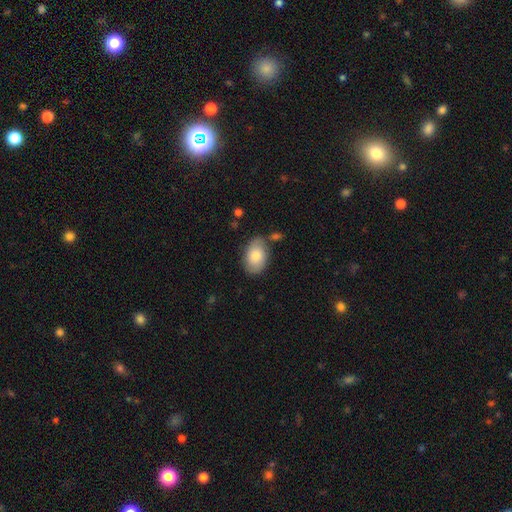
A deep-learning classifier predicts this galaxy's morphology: Overall: smooth (78%). How rounded: in between (87%). Merging: none (70%).